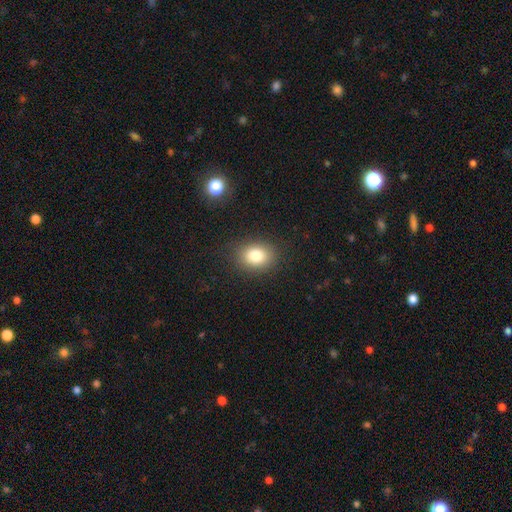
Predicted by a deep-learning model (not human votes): smooth_or_featured: smooth (p=0.83) [alt: star or artifact p=0.10]
how_rounded: in between (p=0.60) [alt: round p=0.39]
merging: none (p=0.86) [alt: minor disturbance p=0.09]